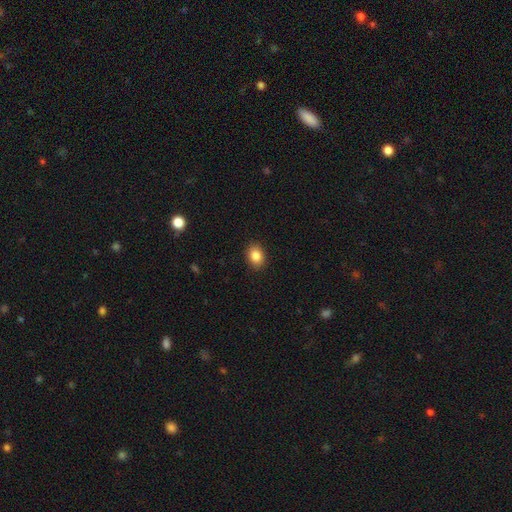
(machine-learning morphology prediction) Smooth or featured? Predicted: smooth (p=0.85). How rounded? Predicted: in between (p=0.64). Merging? Predicted: none (p=0.90).